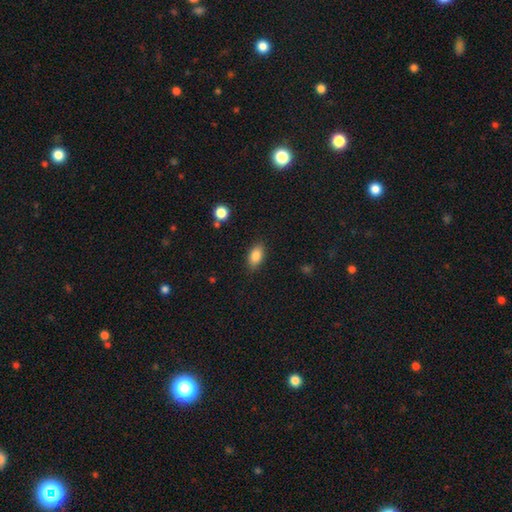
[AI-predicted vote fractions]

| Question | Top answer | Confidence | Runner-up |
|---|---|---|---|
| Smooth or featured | smooth | 84% | star or artifact (8%) |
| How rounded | in between | 89% | round (6%) |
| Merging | none | 85% | minor disturbance (11%) |